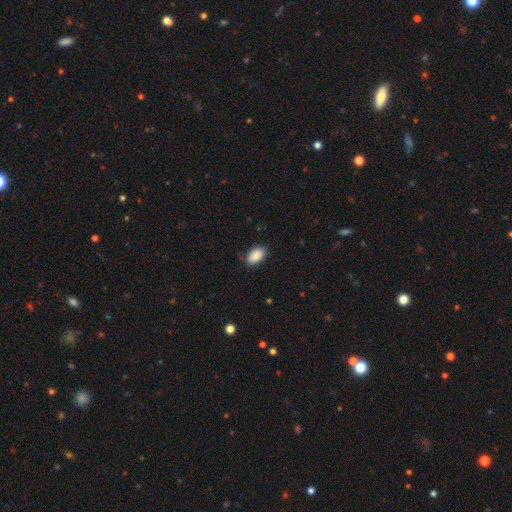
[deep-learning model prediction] Smooth or featured? smooth (88%)
How rounded? in between (93%)
Merging? none (84%)